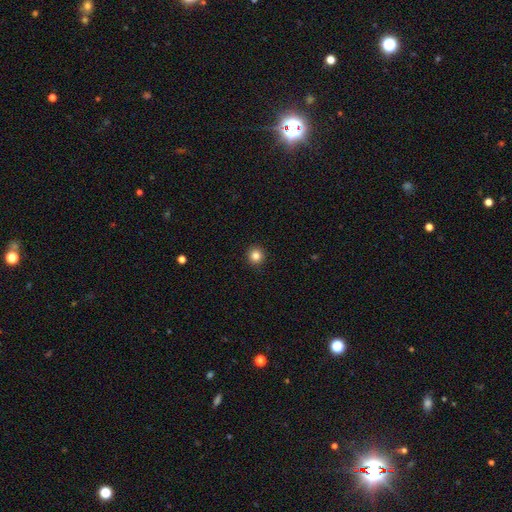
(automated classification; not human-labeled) Smooth or featured? smooth (83%)
How rounded? round (94%)
Merging? none (93%)